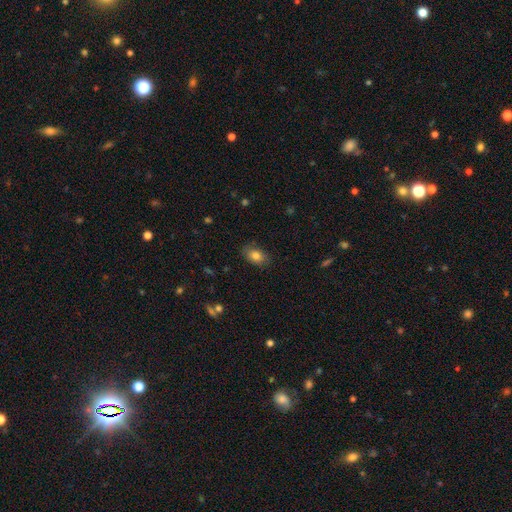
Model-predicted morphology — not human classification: The model was most divided on "how rounded": in between: 83%, round: 15%, cigar-shaped: 1%. More confident: merging — none (83%); smooth or featured — smooth (82%).